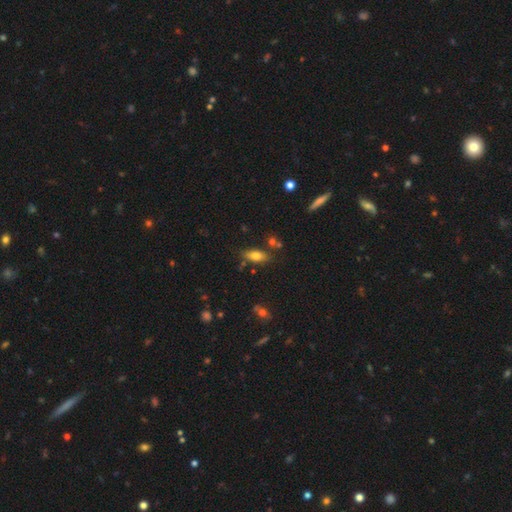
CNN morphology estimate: Q: Smooth or featured?
A: smooth (75%); runner-up: featured or disk (17%)
Q: How rounded?
A: in between (82%); runner-up: cigar-shaped (14%)
Q: Merging?
A: none (74%); runner-up: minor disturbance (15%)